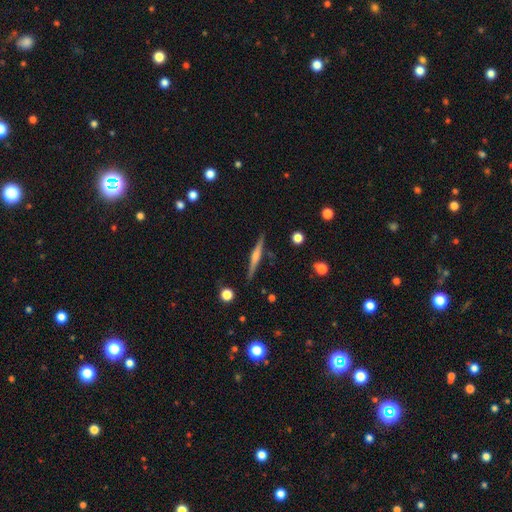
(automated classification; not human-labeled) A featured or disk galaxy (70%) viewed edge-on (98%) with a rounded central bulge (68%).

Vote fractions:
- Smooth or featured? featured or disk: 70% / smooth: 23% / star or artifact: 6%
- Edge-on disk? yes: 98% / no: 2%
- Edge-on bulge? rounded: 68% / none: 17% / boxy: 15%
- Merging? none: 90% / minor disturbance: 7% / major disturbance: 2% / merger: 1%